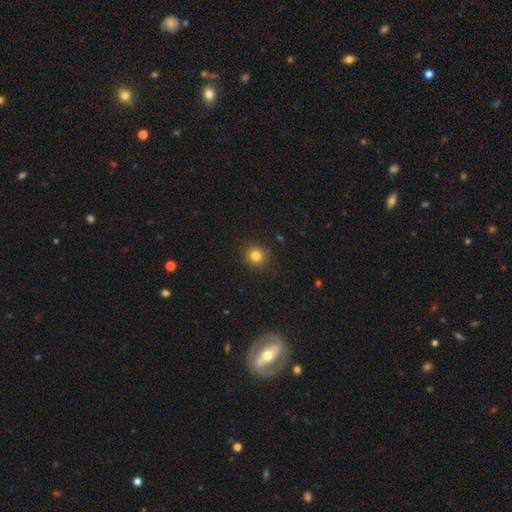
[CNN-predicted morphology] smooth-or-featured: smooth: 82% | star or artifact: 13% | featured or disk: 6%
  how-rounded: round: 91% | in between: 8% | cigar-shaped: 1%
  merging: none: 90% | minor disturbance: 7% | major disturbance: 2% | merger: 1%